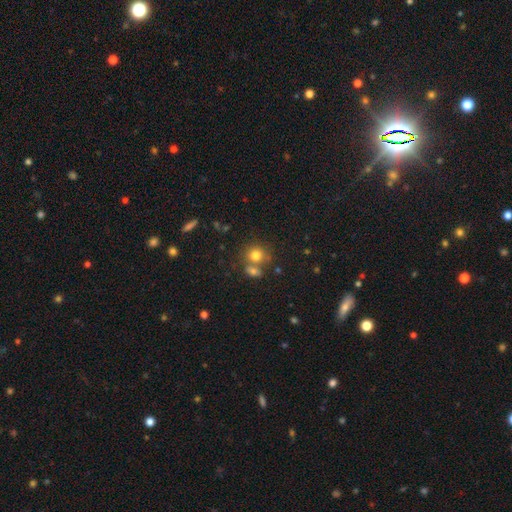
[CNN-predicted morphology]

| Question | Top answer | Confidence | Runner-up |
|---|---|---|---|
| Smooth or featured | smooth | 77% | star or artifact (12%) |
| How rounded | round | 75% | in between (24%) |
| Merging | none | 52% | merger (34%) |